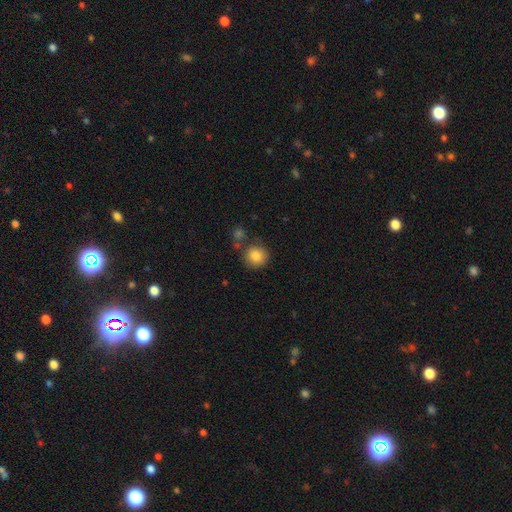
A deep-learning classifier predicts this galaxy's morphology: Q: Smooth or featured?
A: smooth (85%); runner-up: star or artifact (9%)
Q: How rounded?
A: round (91%); runner-up: in between (8%)
Q: Merging?
A: none (74%); runner-up: minor disturbance (11%)